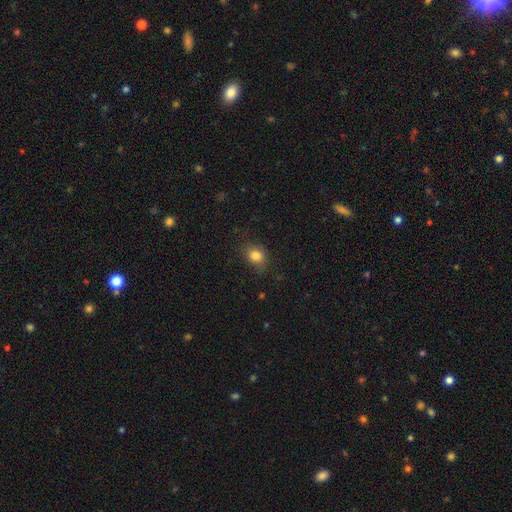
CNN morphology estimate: This appears to be a smooth galaxy with no disk features (82%) that is round (55%). Merging: none (74%).